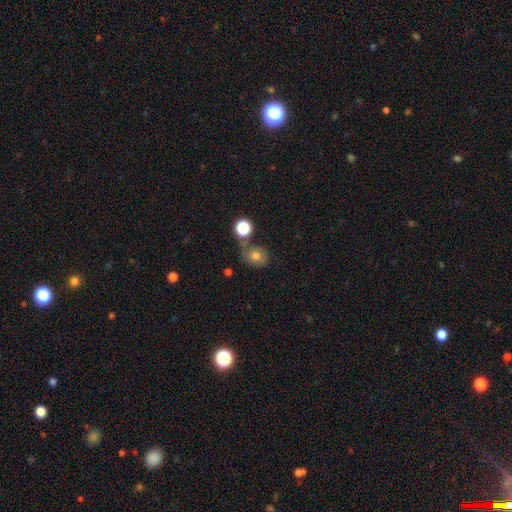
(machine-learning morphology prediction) A smooth galaxy with no disk features (73%) that is round (76%). Merging: none (52%).